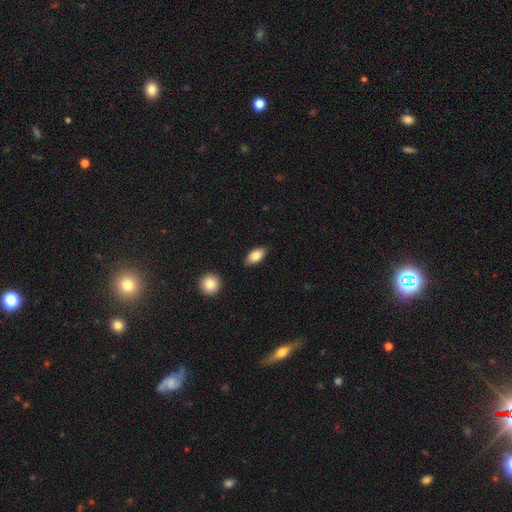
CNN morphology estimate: Smooth or featured?
  - smooth: 81% *
  - featured or disk: 12%
  - star or artifact: 7%
How rounded?
  - in between: 91% *
  - cigar-shaped: 5%
  - round: 5%
Merging?
  - none: 86% *
  - minor disturbance: 10%
  - major disturbance: 2%
  - merger: 2%